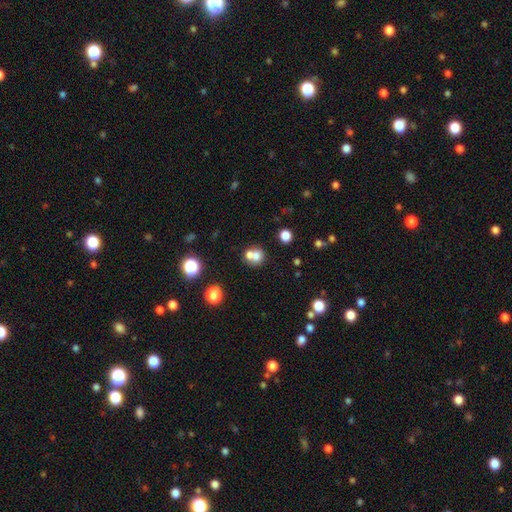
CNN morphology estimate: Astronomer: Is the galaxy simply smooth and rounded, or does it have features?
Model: smooth — 69%.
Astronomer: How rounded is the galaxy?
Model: round — 80%.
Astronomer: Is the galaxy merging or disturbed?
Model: merger — 50% (runner-up: none, 40%).